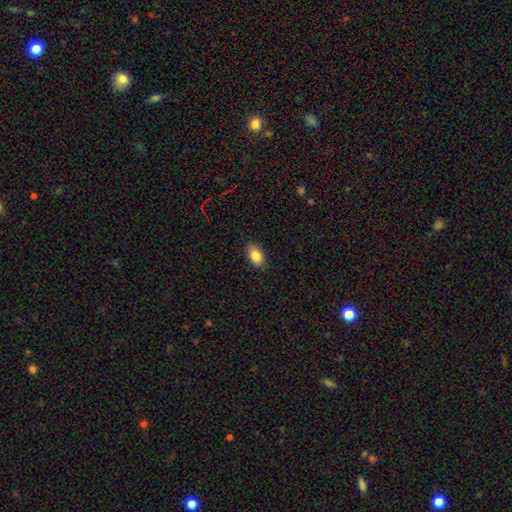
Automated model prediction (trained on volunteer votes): A smooth galaxy with no disk features (86%) that is in between round and cigar-shaped (90%). Merging: none (88%).